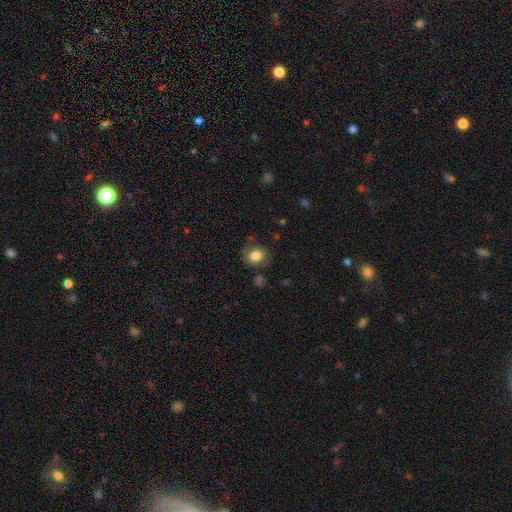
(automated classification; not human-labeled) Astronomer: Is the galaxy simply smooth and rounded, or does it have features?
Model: smooth — 78%.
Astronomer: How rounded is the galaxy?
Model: round — 64%.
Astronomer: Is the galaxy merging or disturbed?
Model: none — 72%.